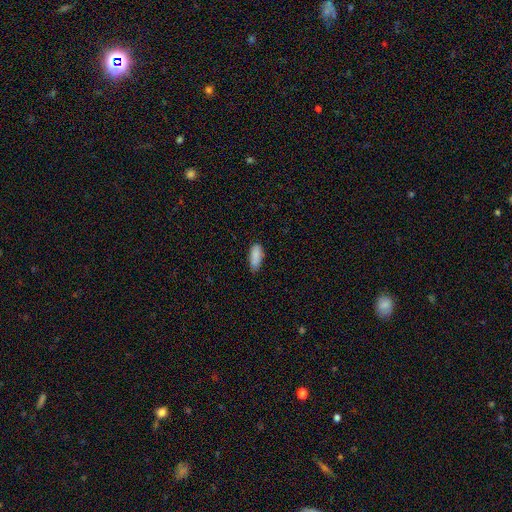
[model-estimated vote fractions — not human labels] smooth_or_featured: smooth (p=0.88) [alt: star or artifact p=0.07]
how_rounded: in between (p=0.77) [alt: cigar-shaped p=0.21]
merging: none (p=0.74) [alt: minor disturbance p=0.22]